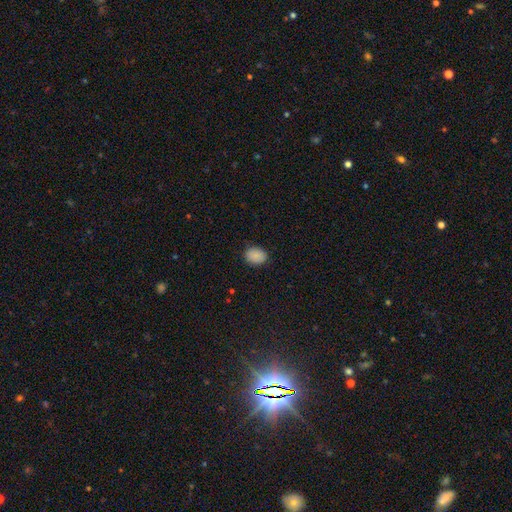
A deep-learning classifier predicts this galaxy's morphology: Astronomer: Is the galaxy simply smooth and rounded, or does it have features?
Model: smooth — 88%.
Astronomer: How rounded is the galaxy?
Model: in between — 57% (runner-up: round, 42%).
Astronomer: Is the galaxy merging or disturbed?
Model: none — 86%.